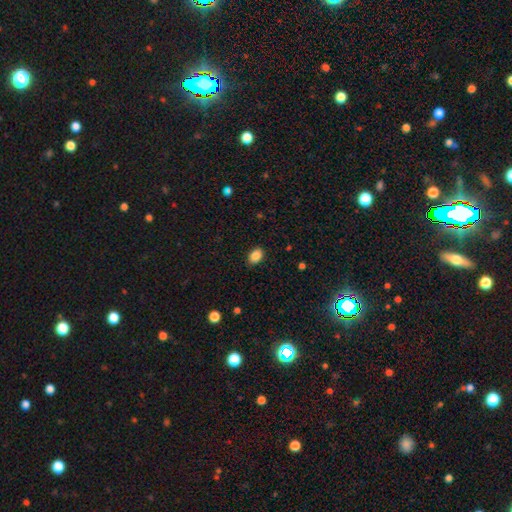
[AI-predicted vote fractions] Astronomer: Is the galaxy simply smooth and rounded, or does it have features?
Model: smooth — 87%.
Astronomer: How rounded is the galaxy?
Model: in between — 84%.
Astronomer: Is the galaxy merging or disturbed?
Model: none — 88%.